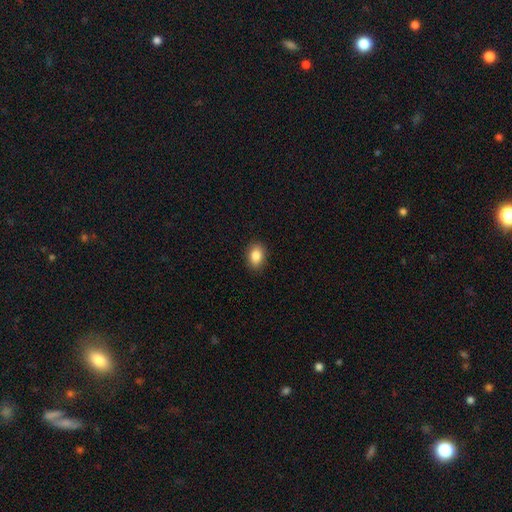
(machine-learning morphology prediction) Overall: smooth (87%). How rounded: in between (78%). Merging: none (89%).